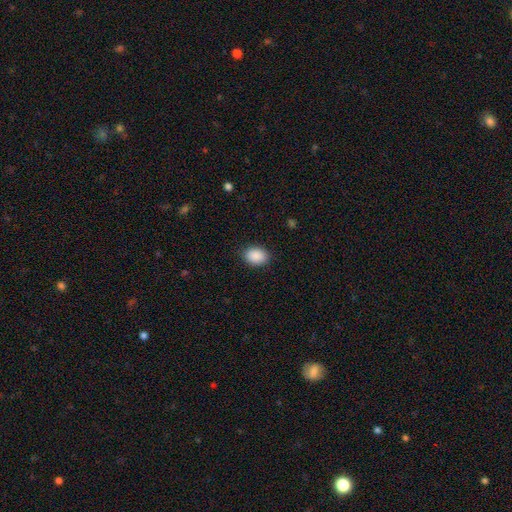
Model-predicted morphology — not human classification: Smooth or featured? Predicted: smooth (p=0.90). How rounded? Predicted: in between (p=0.69). Merging? Predicted: none (p=0.88).